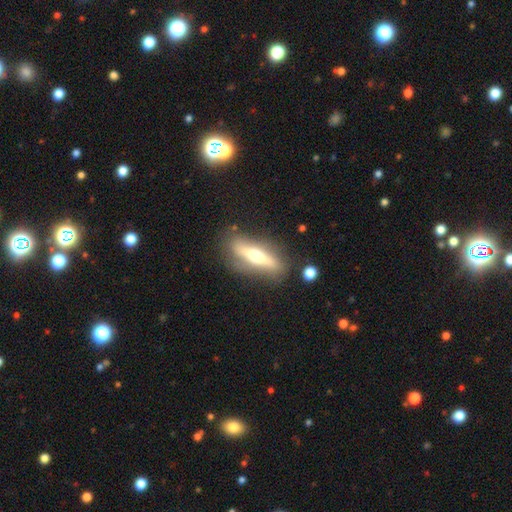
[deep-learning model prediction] A featured or disk galaxy (57%) viewed edge-on (80%).

Vote fractions:
- Smooth or featured? featured or disk: 57% / smooth: 37% / star or artifact: 6%
- Edge-on disk? yes: 80% / no: 20%
- Merging? none: 79% / minor disturbance: 13% / major disturbance: 5% / merger: 3%